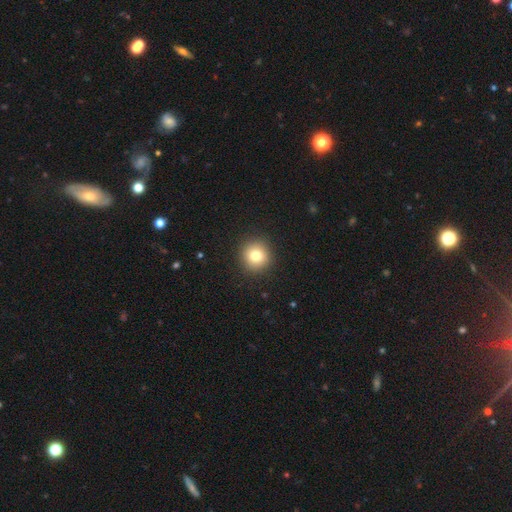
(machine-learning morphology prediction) A smooth galaxy with no disk features (79%) that is round (94%). Merging: none (92%).